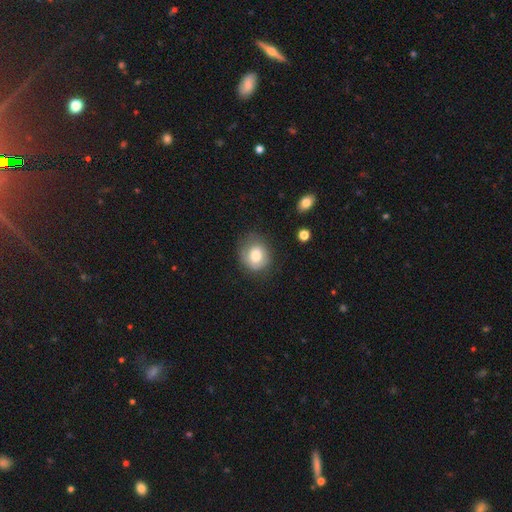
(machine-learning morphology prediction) Smooth or featured?
  - smooth: 75% *
  - featured or disk: 16%
  - star or artifact: 9%
How rounded?
  - round: 74% *
  - in between: 25%
  - cigar-shaped: 1%
Merging?
  - none: 67% *
  - minor disturbance: 23%
  - major disturbance: 9%
  - merger: 2%